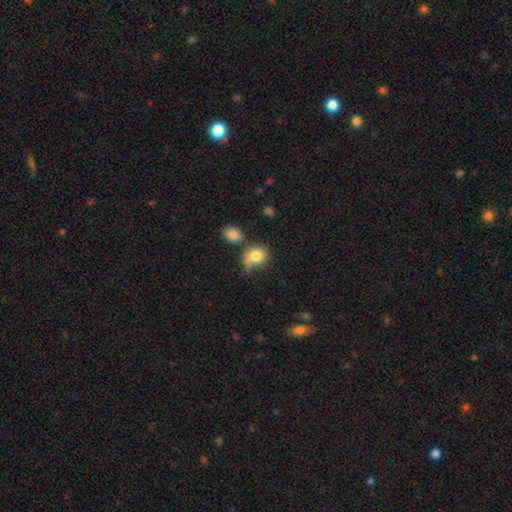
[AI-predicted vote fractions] A smooth galaxy with no disk features (79%) that is round (69%).

Vote fractions:
- Smooth or featured? smooth: 79% / featured or disk: 12% / star or artifact: 8%
- How rounded? round: 69% / in between: 30% / cigar-shaped: 1%
- Merging? none: 42% / minor disturbance: 21% / merger: 20% / major disturbance: 17%